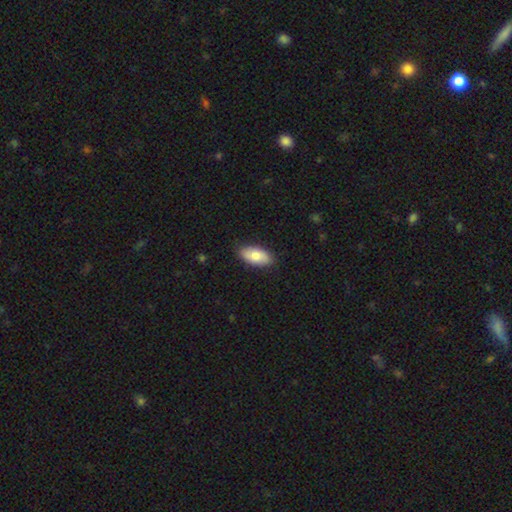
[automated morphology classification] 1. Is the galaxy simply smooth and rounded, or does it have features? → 78% smooth, 16% featured or disk, 6% star or artifact.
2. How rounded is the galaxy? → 93% in between, 4% cigar-shaped, 3% round.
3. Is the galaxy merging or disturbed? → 86% none, 11% minor disturbance, 2% major disturbance, 1% merger.